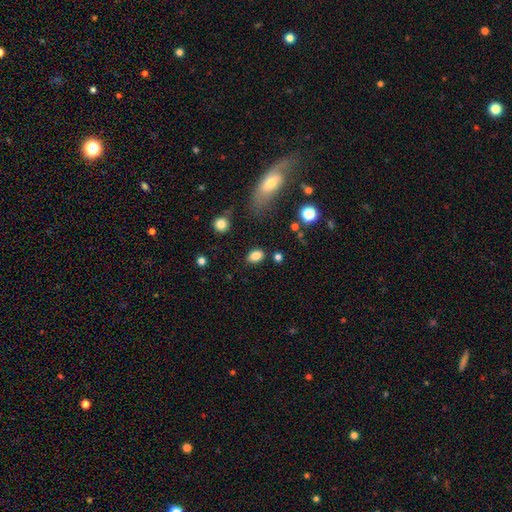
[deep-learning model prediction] The model was most divided on "how rounded": in between: 82%, round: 17%, cigar-shaped: 2%. More confident: smooth or featured — smooth (84%); merging — none (82%).